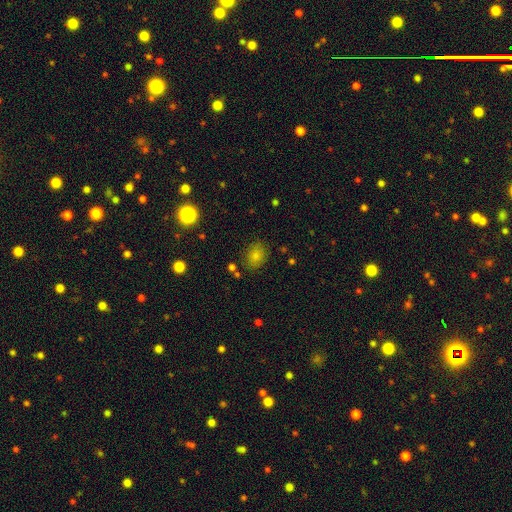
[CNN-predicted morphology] type=smooth (79%); roundness=in between (57%); merging=none (81%).